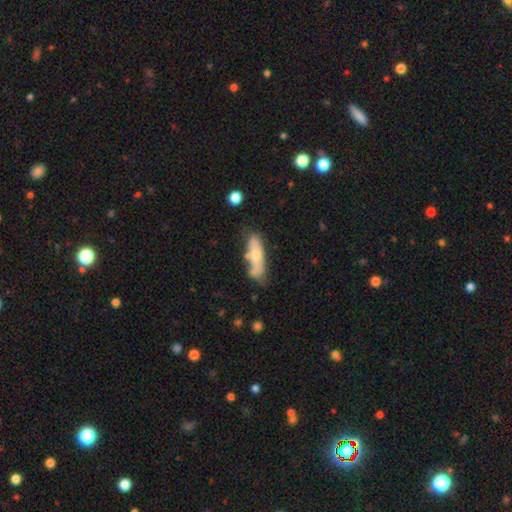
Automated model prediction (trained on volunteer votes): smooth 57%, featured or disk 36%, star or artifact 7%. Down the decision tree: how rounded — cigar-shaped (53%); merging — none (54%).